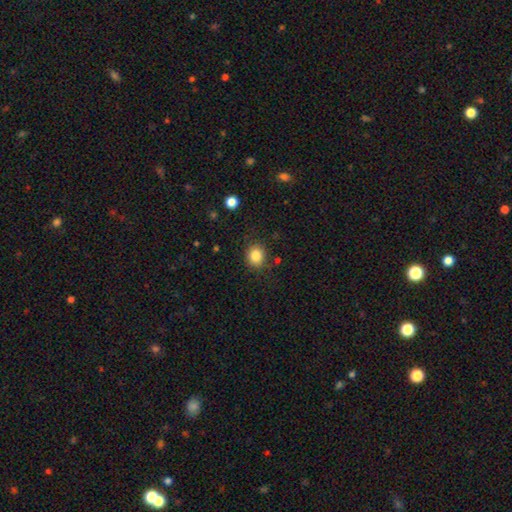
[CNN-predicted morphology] The model was most divided on "how rounded": round: 74%, in between: 25%, cigar-shaped: 1%. More confident: smooth or featured — smooth (85%); merging — none (83%).